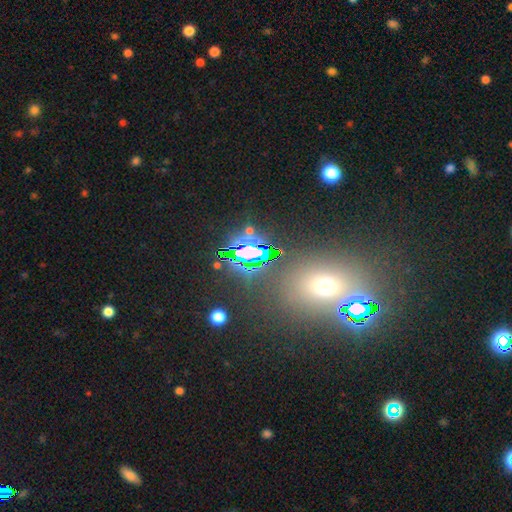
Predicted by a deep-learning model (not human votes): A star or artifact, not a galaxy (72%).

Vote fractions:
- Smooth or featured? star or artifact: 72% / smooth: 18% / featured or disk: 9%